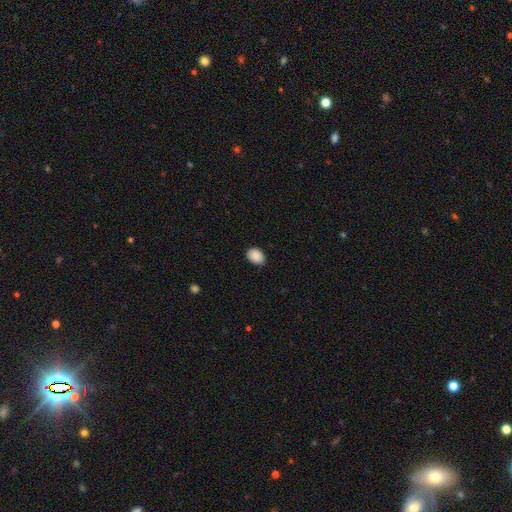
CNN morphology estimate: A smooth galaxy with no disk features (90%) that is in between round and cigar-shaped (69%).

Vote fractions:
- Smooth or featured? smooth: 90% / star or artifact: 8% / featured or disk: 3%
- How rounded? in between: 69% / round: 30% / cigar-shaped: 1%
- Merging? none: 83% / minor disturbance: 14% / major disturbance: 2% / merger: 1%